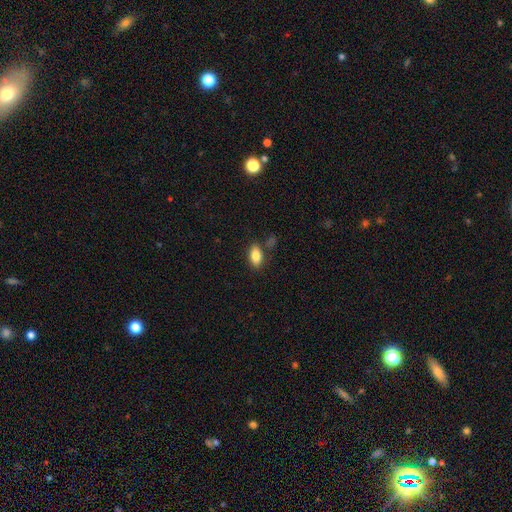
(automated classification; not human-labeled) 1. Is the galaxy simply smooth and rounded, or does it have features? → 84% smooth, 8% featured or disk, 8% star or artifact.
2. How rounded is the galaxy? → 90% in between, 5% cigar-shaped, 5% round.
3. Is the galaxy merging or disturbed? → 78% none, 13% minor disturbance, 6% merger, 3% major disturbance.